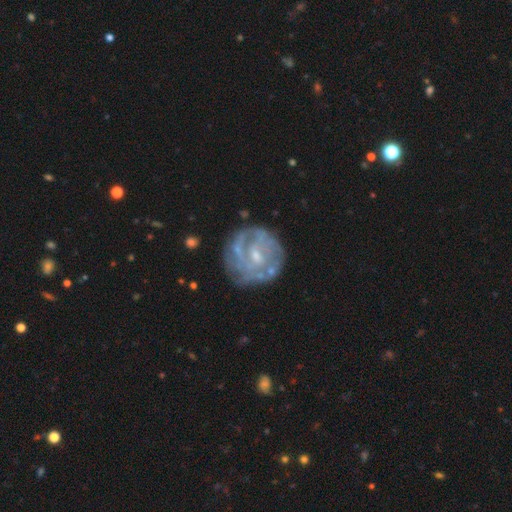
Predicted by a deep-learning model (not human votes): smooth_or_featured: featured or disk (p=0.77) [alt: smooth p=0.16]
disk_edge_on: no (p=0.98) [alt: yes p=0.02]
bar: no (p=0.47) [alt: weak p=0.44]
has_spiral_arms: yes (p=0.75) [alt: no p=0.25]
spiral_winding: tight (p=0.61) [alt: medium p=0.29]
spiral_arm_count: can't tell (p=0.48) [alt: 2 p=0.18]
bulge_size: small (p=0.58) [alt: moderate p=0.32]
merging: none (p=0.71) [alt: minor disturbance p=0.17]